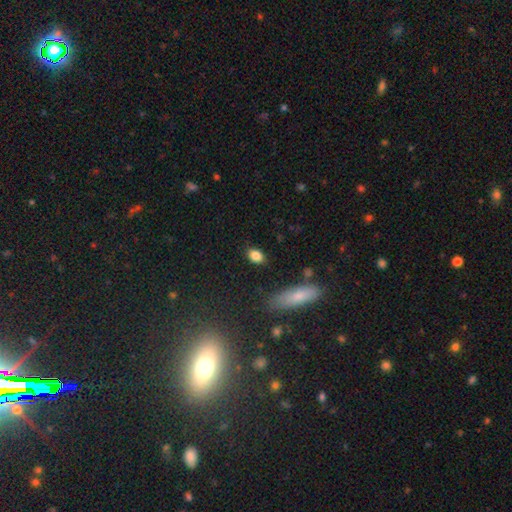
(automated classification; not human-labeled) Morphology: type=smooth (85%); roundness=in between (81%); merging=none (83%).